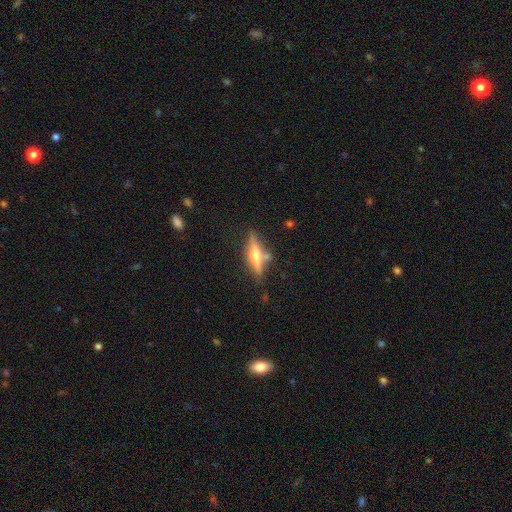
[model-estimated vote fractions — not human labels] A featured or disk galaxy (64%) viewed edge-on (95%) with a rounded central bulge (91%).

Vote fractions:
- Smooth or featured? featured or disk: 64% / smooth: 29% / star or artifact: 7%
- Edge-on disk? yes: 95% / no: 5%
- Edge-on bulge? rounded: 91% / none: 5% / boxy: 5%
- Merging? none: 77% / minor disturbance: 13% / merger: 7% / major disturbance: 3%